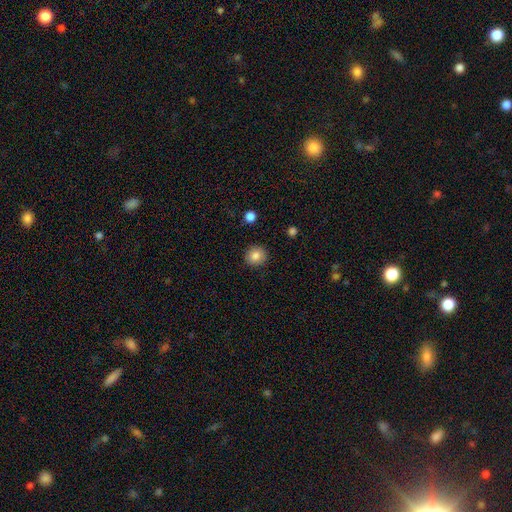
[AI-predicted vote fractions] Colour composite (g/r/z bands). It shows a smooth galaxy with no disk features (84%) that is round (89%). Merging: none (89%).